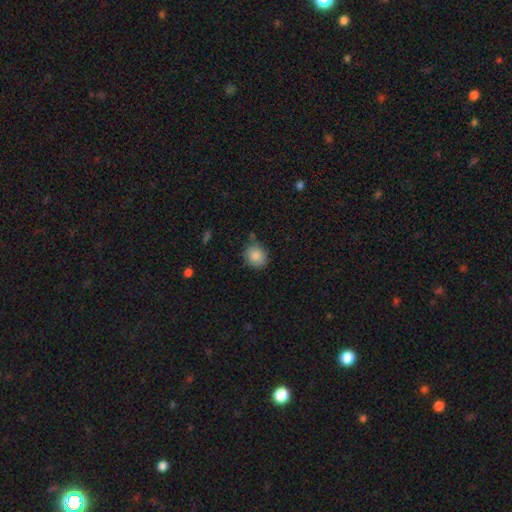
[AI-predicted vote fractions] The model was most divided on "how rounded": round: 70%, in between: 29%, cigar-shaped: 1%. More confident: smooth or featured — smooth (86%); merging — none (70%).